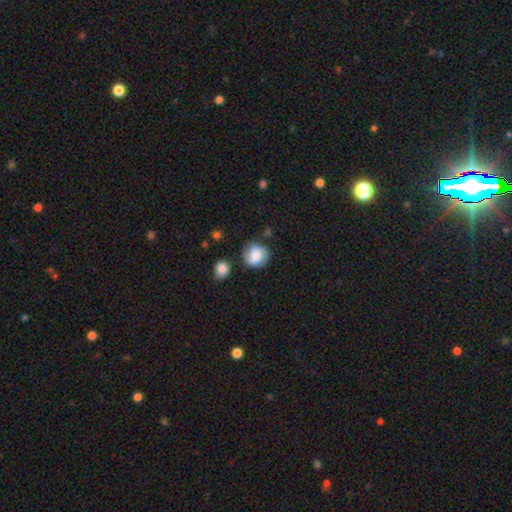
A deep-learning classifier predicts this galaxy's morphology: Smooth or featured?
  - smooth: 72% *
  - featured or disk: 20%
  - star or artifact: 8%
How rounded?
  - round: 82% *
  - in between: 17%
  - cigar-shaped: 1%
Merging?
  - none: 73% *
  - minor disturbance: 17%
  - merger: 5%
  - major disturbance: 5%